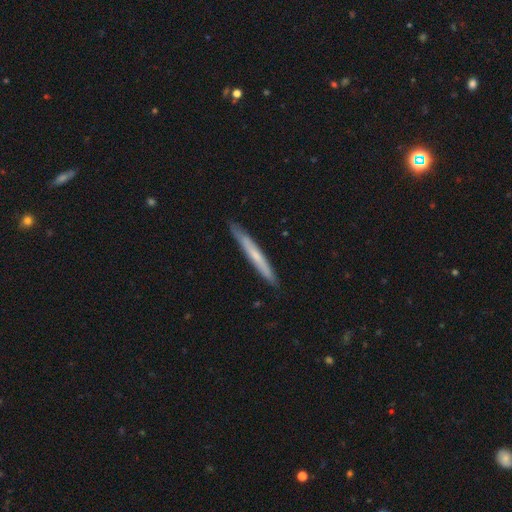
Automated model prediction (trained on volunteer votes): Q: Smooth or featured?
A: smooth (51%); runner-up: featured or disk (44%)
Q: How rounded?
A: cigar-shaped (97%); runner-up: in between (2%)
Q: Merging?
A: none (89%); runner-up: minor disturbance (9%)